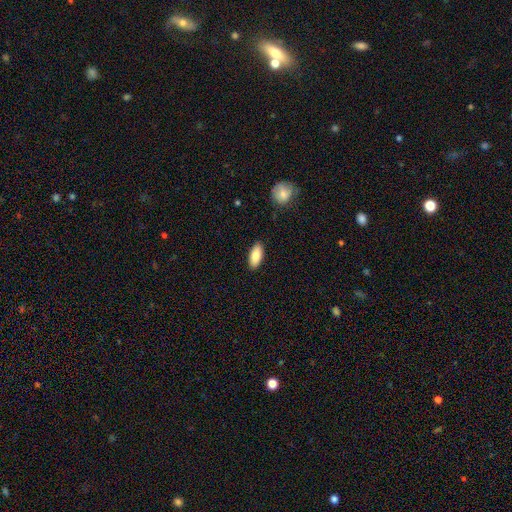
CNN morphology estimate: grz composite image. It shows a smooth galaxy with no disk features (84%) that is in between round and cigar-shaped (87%). Merging: none (89%).